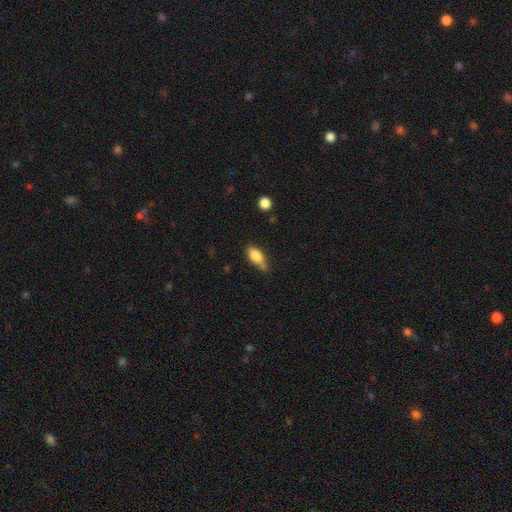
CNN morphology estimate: A smooth galaxy with no disk features (82%) that is in between round and cigar-shaped (85%). Merging: none (53%).